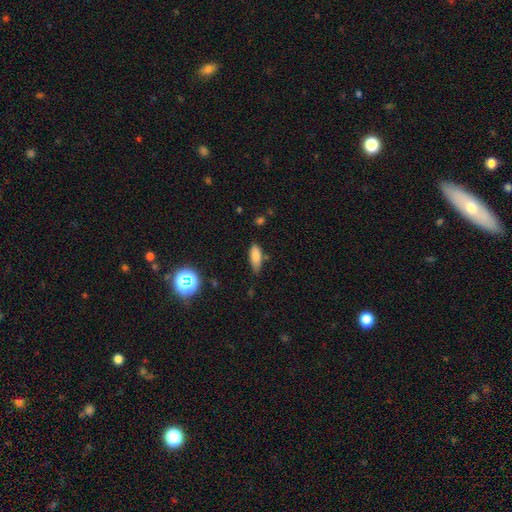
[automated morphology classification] Overall: smooth (81%). How rounded: in between (70%). Merging: none (65%; minor disturbance 27%).